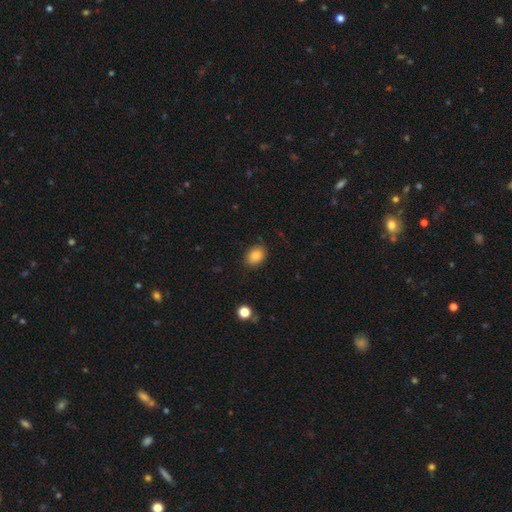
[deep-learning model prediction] Smooth or featured? smooth (86%)
How rounded? in between (69%)
Merging? none (83%)